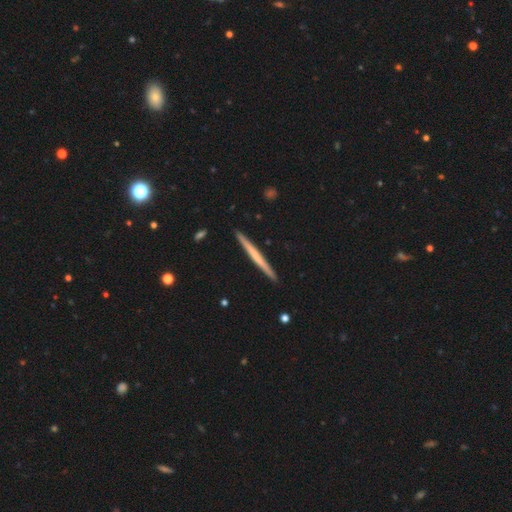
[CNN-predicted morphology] Smooth or featured?
  - featured or disk: 50% *
  - smooth: 46%
  - star or artifact: 5%
Merging?
  - none: 93% *
  - minor disturbance: 5%
  - merger: 1%
  - major disturbance: 1%